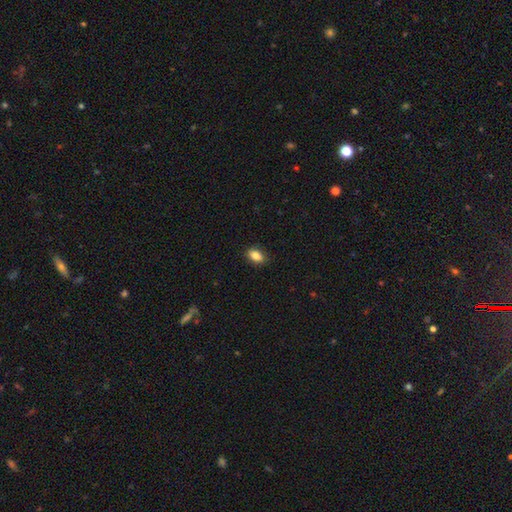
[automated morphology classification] type=smooth (86%); roundness=in between (88%); merging=none (88%).